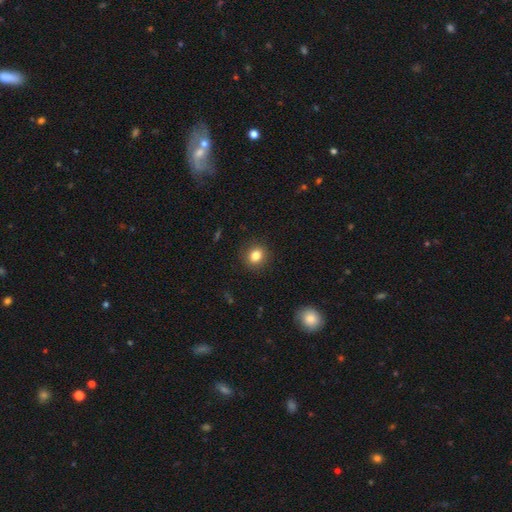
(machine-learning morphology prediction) smooth-or-featured: smooth: 83% | star or artifact: 10% | featured or disk: 6%
  how-rounded: round: 74% | in between: 25% | cigar-shaped: 1%
  merging: none: 89% | minor disturbance: 7% | major disturbance: 2% | merger: 1%